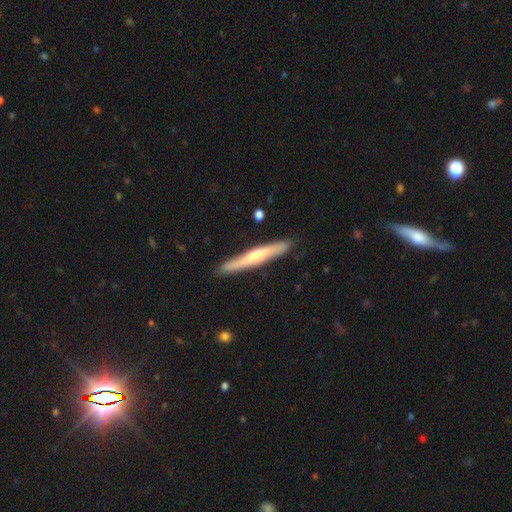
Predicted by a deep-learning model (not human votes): Smooth or featured?
  - smooth: 49% *
  - featured or disk: 46%
  - star or artifact: 5%
Merging?
  - none: 88% *
  - minor disturbance: 9%
  - major disturbance: 2%
  - merger: 1%